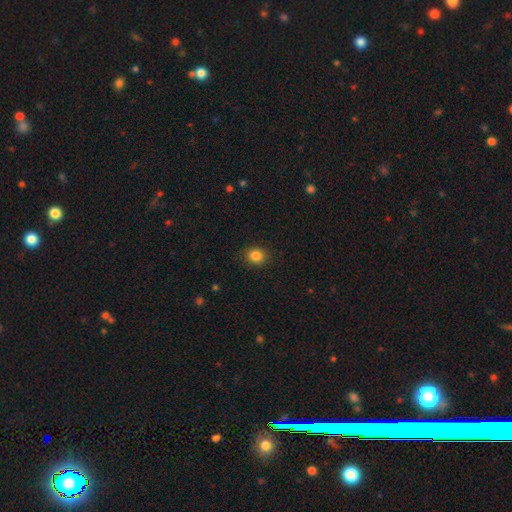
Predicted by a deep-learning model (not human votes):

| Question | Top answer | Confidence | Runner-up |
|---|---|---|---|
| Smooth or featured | smooth | 85% | star or artifact (11%) |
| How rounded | round | 65% | in between (34%) |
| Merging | none | 87% | minor disturbance (9%) |